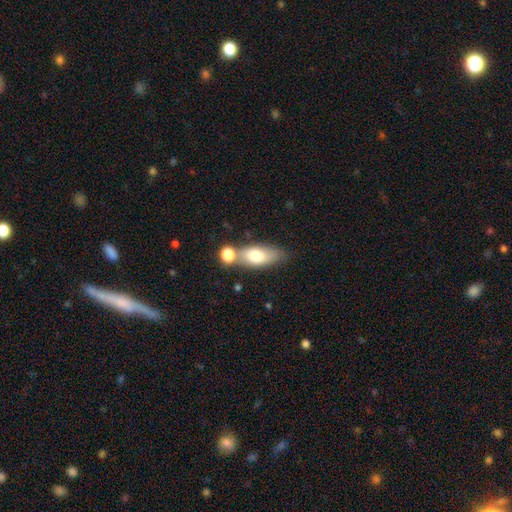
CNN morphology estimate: This is likely a smooth galaxy (73%). How rounded: likely in between (77%). Merging: possibly none (57%).